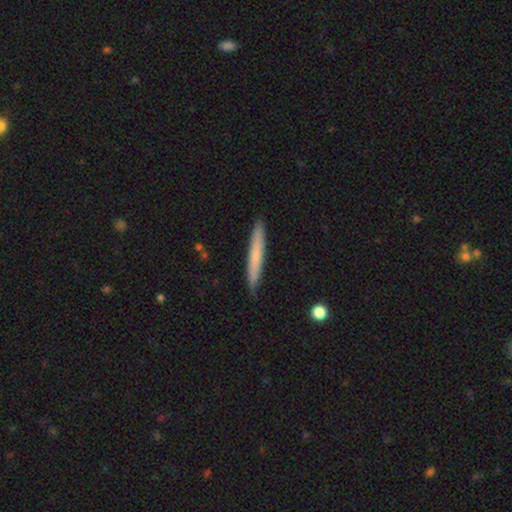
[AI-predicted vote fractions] This appears to be a smooth galaxy with no disk features (67%) that is cigar-shaped (96%). Merging: none (89%).